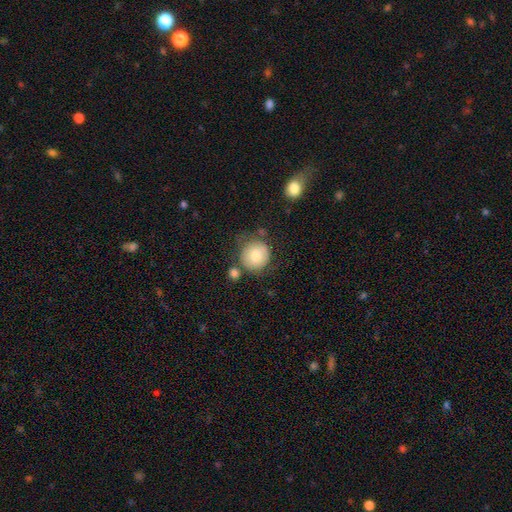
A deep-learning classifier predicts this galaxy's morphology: This appears to be a smooth galaxy with no disk features (77%) that is round (90%). Merging: none (67%).